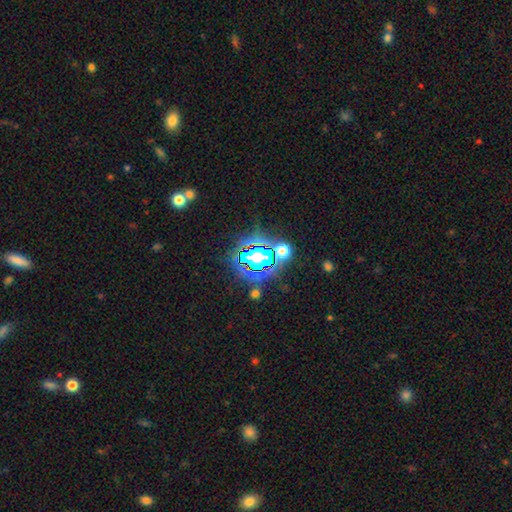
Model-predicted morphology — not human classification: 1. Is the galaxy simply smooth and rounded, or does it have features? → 75% star or artifact, 15% smooth, 10% featured or disk.